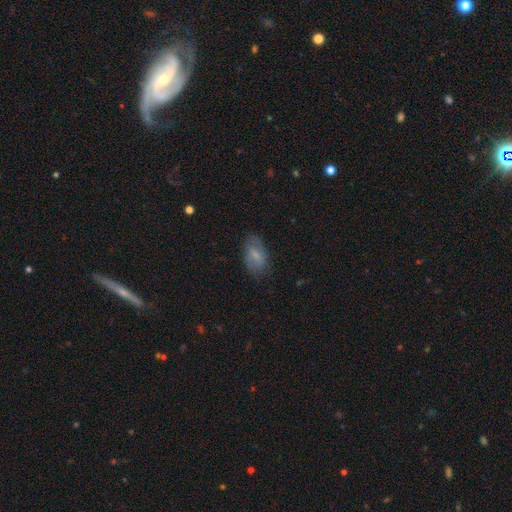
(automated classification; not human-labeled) A smooth galaxy with no disk features (64%) that is in between round and cigar-shaped (91%).

Vote fractions:
- Smooth or featured? smooth: 64% / featured or disk: 28% / star or artifact: 8%
- How rounded? in between: 91% / round: 6% / cigar-shaped: 4%
- Merging? none: 73% / minor disturbance: 19% / major disturbance: 6% / merger: 1%